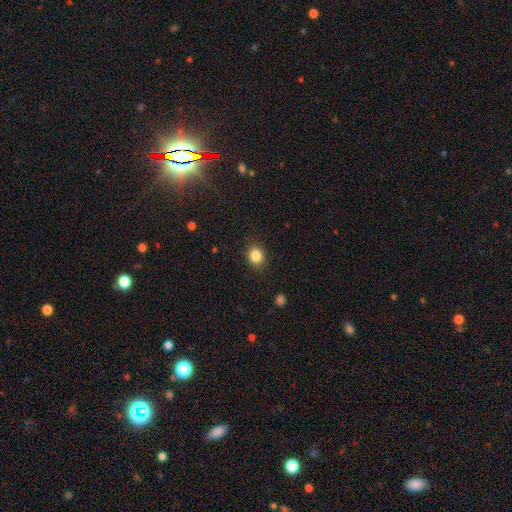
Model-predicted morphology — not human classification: Smooth or featured? smooth (85%)
How rounded? round (73%)
Merging? none (88%)